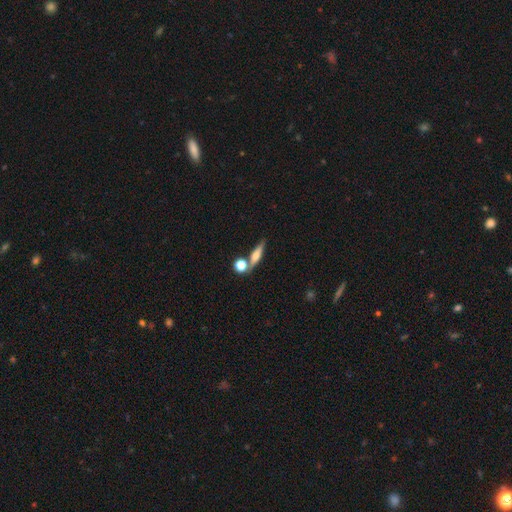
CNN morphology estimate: smooth_or_featured: smooth (p=0.53) [alt: featured or disk p=0.37]
how_rounded: cigar-shaped (p=0.57) [alt: in between p=0.26]
merging: none (p=0.66) [alt: merger p=0.18]